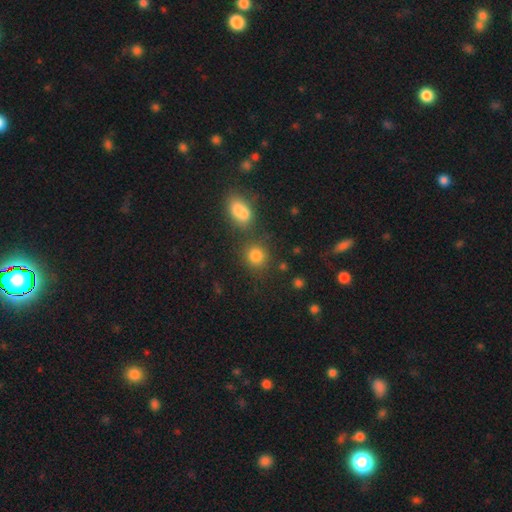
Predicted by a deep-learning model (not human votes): Morphology: type=smooth (81%); roundness=round (79%); merging=none (69%).